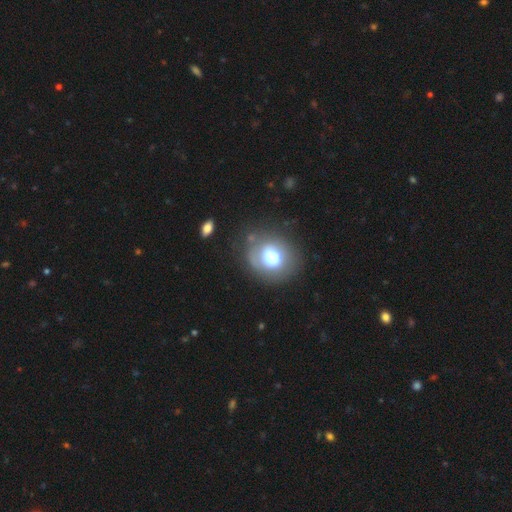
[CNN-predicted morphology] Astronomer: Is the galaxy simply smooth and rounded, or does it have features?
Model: smooth — 54% (runner-up: featured or disk, 30%).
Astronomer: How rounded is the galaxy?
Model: round — 76%.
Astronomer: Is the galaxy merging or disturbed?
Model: none — 76%.